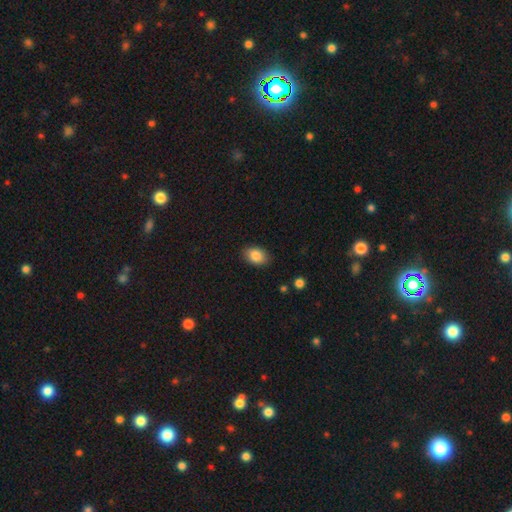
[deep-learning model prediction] The model was most divided on "how rounded": in between: 81%, round: 18%, cigar-shaped: 1%. More confident: merging — none (87%); smooth or featured — smooth (85%).